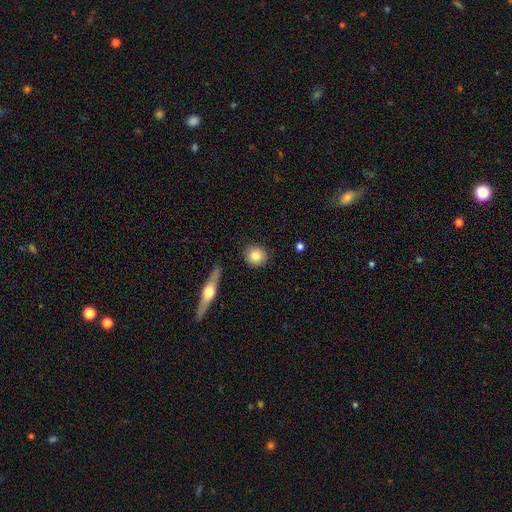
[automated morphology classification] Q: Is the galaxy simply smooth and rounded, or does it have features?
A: smooth — 82%.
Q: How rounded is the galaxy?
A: round — 87%.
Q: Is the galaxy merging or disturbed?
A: none — 88%.